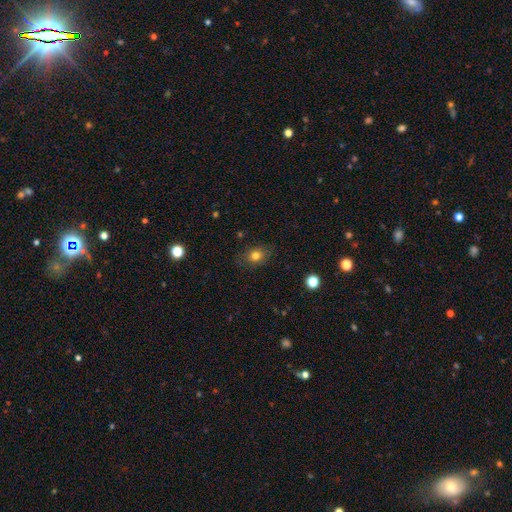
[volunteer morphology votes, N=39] A smooth galaxy with no disk features (79%) that is round (58%). Merging: none (83%).